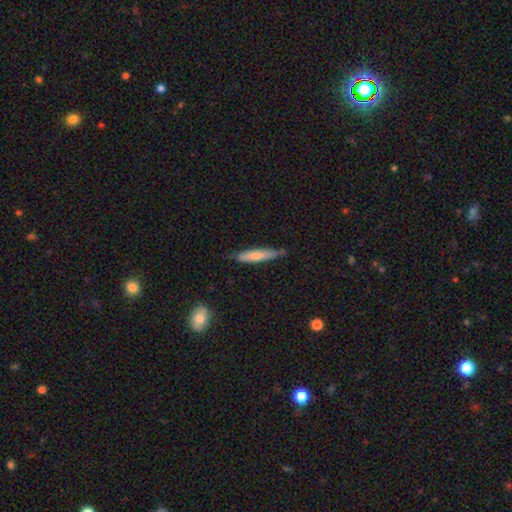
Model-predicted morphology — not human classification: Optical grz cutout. It shows a smooth galaxy with no disk features (68%) that is cigar-shaped (85%). Merging: none (69%).